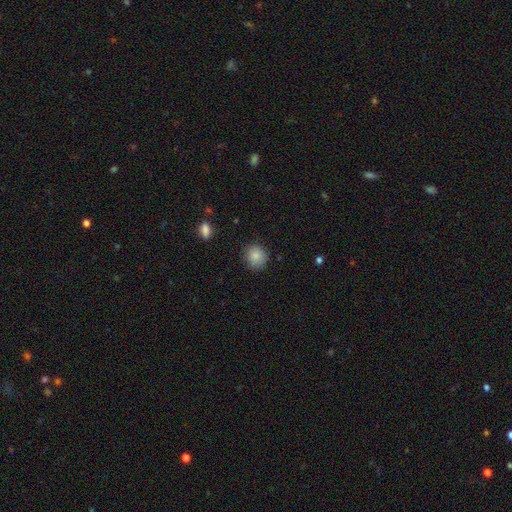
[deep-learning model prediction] Smooth or featured? smooth (86%)
How rounded? round (85%)
Merging? none (82%)